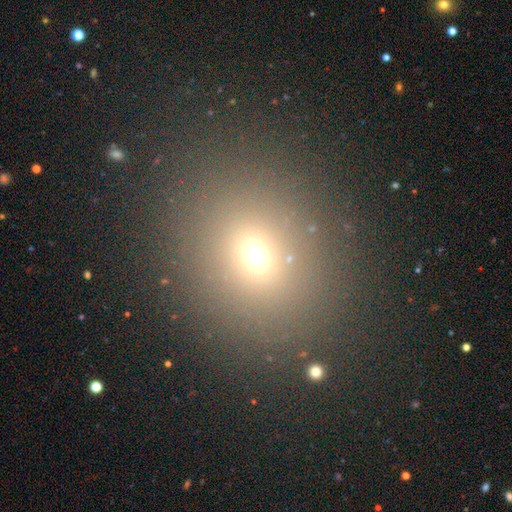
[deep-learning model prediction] smooth-or-featured: smooth: 65% | star or artifact: 25% | featured or disk: 10%
  how-rounded: round: 64% | in between: 34% | cigar-shaped: 1%
  merging: none: 85% | minor disturbance: 8% | major disturbance: 4% | merger: 3%